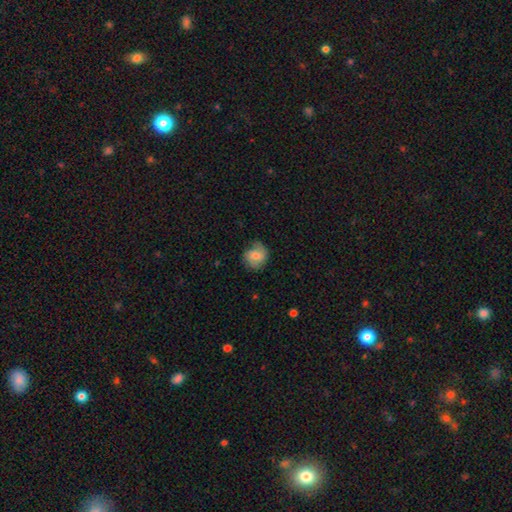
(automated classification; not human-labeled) Q: Smooth or featured?
A: smooth (63%); runner-up: featured or disk (29%)
Q: How rounded?
A: round (75%); runner-up: in between (24%)
Q: Merging?
A: none (66%); runner-up: minor disturbance (25%)